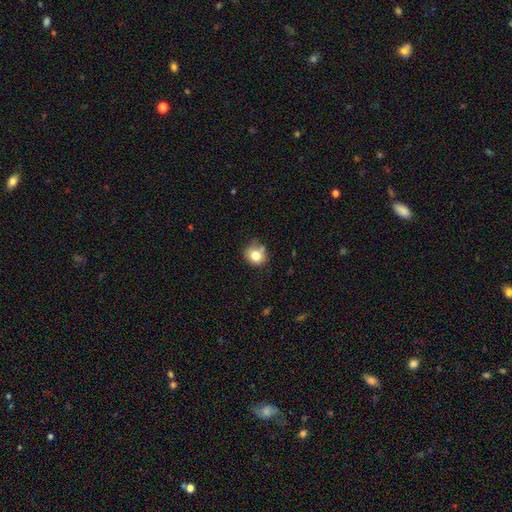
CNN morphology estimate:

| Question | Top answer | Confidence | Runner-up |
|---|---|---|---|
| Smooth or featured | smooth | 79% | featured or disk (11%) |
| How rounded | round | 73% | in between (26%) |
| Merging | none | 64% | minor disturbance (21%) |